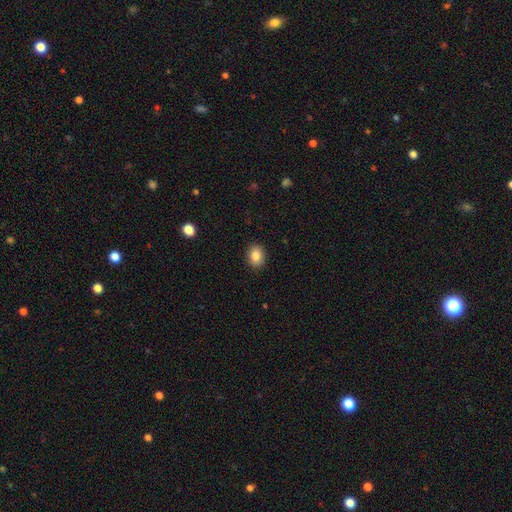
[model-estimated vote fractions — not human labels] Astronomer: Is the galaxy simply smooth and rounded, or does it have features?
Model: smooth — 85%.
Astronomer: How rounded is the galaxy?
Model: in between — 61% (runner-up: round, 38%).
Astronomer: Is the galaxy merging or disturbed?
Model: none — 90%.